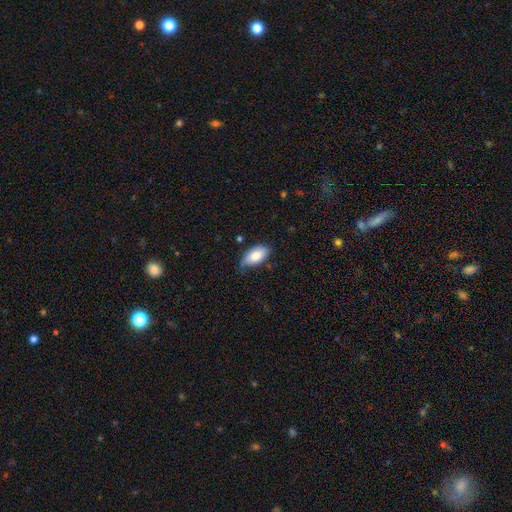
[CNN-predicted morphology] This is likely a smooth galaxy (79%). How rounded: clearly in between (94%). Merging: likely none (66%).